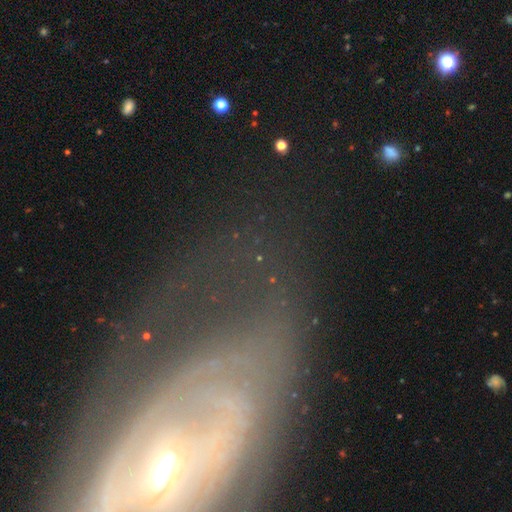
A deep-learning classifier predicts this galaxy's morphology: This is possibly a featured or disk galaxy (52%). It is clearly not viewed edge-on (86%). Merging: possibly none (58%).